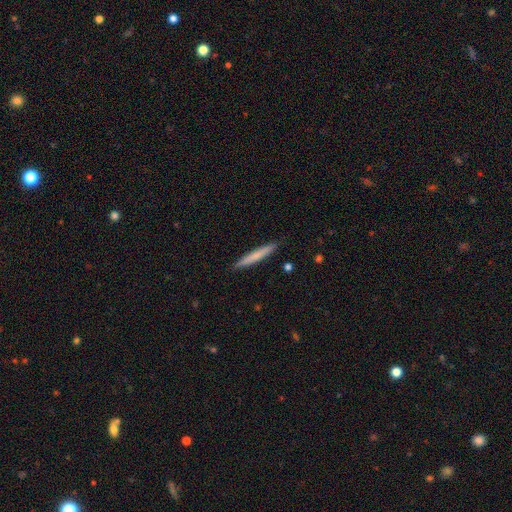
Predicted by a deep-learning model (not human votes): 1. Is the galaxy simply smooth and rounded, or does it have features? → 66% smooth, 28% featured or disk, 5% star or artifact.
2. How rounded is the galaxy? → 96% cigar-shaped, 3% in between, 1% round.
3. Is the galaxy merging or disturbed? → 91% none, 7% minor disturbance, 1% major disturbance, 1% merger.